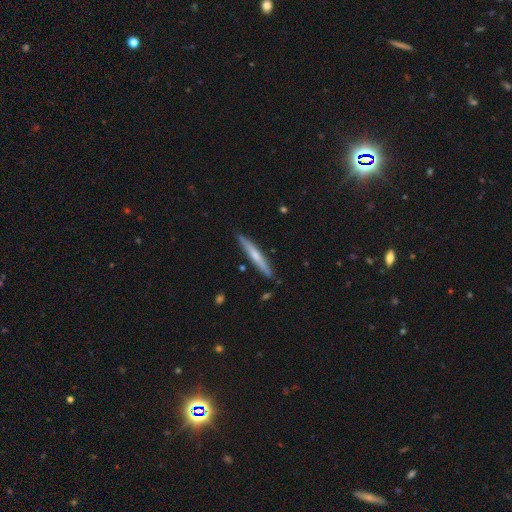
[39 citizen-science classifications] smooth_or_featured: featured or disk (p=0.64) [alt: smooth p=0.33]
disk_edge_on: yes (p=0.88) [alt: no p=0.12]
edge_on_bulge: rounded (p=0.50) [alt: none p=0.45]
merging: none (p=0.82) [alt: minor disturbance p=0.08]